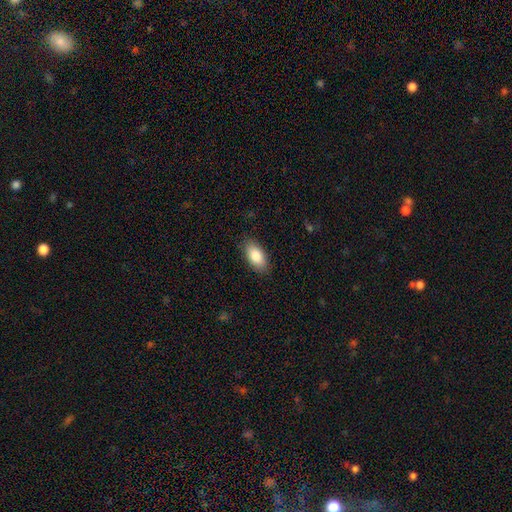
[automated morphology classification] smooth_or_featured: smooth (p=0.84) [alt: featured or disk p=0.09]
how_rounded: in between (p=0.92) [alt: cigar-shaped p=0.05]
merging: none (p=0.86) [alt: minor disturbance p=0.10]